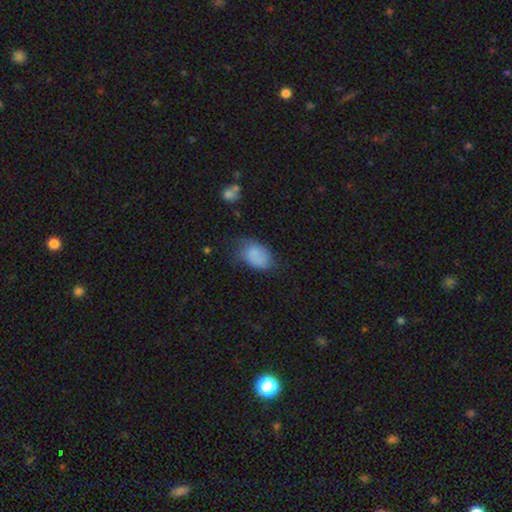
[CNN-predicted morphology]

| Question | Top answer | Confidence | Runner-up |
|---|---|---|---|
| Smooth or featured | smooth | 81% | featured or disk (10%) |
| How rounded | in between | 85% | round (14%) |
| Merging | none | 49% | minor disturbance (35%) |